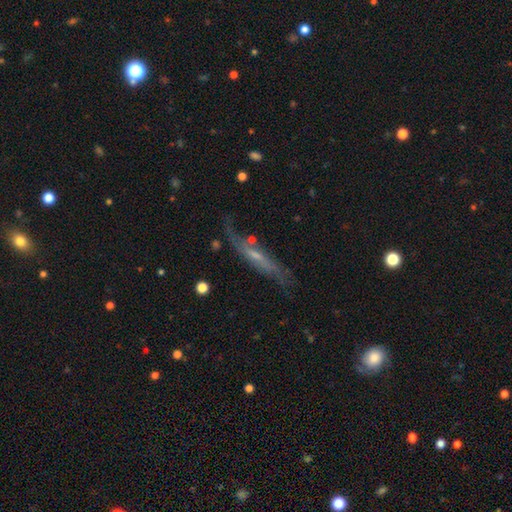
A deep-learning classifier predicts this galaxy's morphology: A featured or disk galaxy (61%) viewed edge-on (63%). Merging: none (60%).